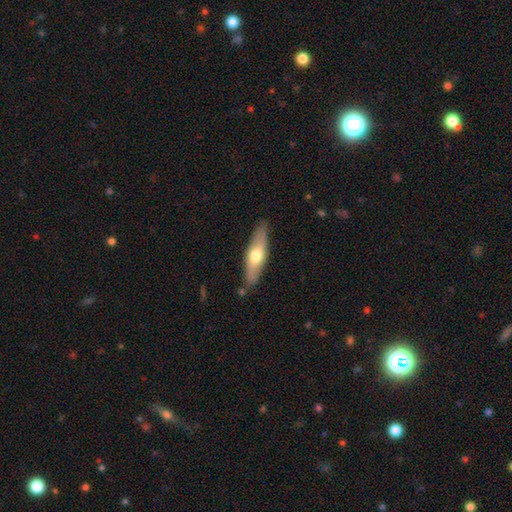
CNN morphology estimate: Smooth or featured? smooth (54%)
How rounded? cigar-shaped (62%)
Merging? none (83%)